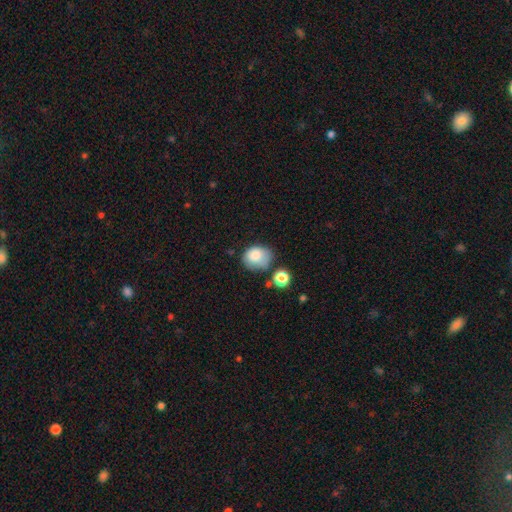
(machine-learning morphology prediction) Overall: smooth (81%). How rounded: round (51%; in between 48%). Merging: none (51%; minor disturbance 29%).